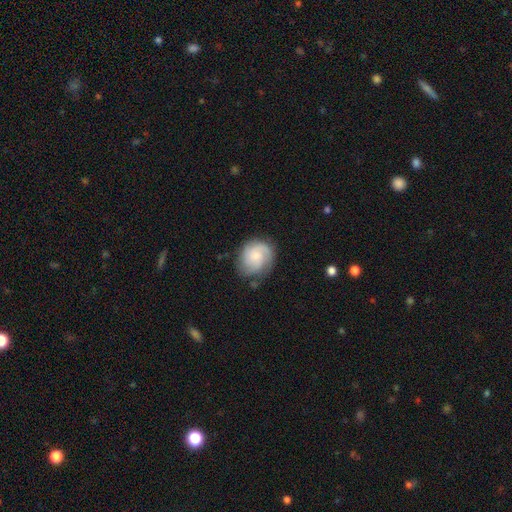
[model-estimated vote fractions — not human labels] Smooth or featured? Predicted: featured or disk (p=0.58). Edge-on disk? Predicted: no (p=0.98). Bar? Predicted: no (p=0.71). Spiral arms? Predicted: yes (p=0.92). Spiral winding? Predicted: tight (p=0.47). Spiral arm count? Predicted: 2 (p=0.33). Bulge size? Predicted: small (p=0.46). Merging? Predicted: none (p=0.69).